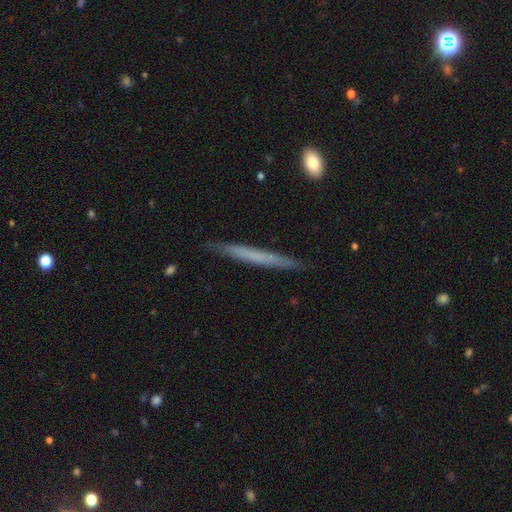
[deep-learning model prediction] A smooth galaxy with no disk features (50%) that is cigar-shaped (97%).

Vote fractions:
- Smooth or featured? smooth: 50% / featured or disk: 43% / star or artifact: 6%
- How rounded? cigar-shaped: 97% / in between: 2% / round: 1%
- Merging? none: 87% / minor disturbance: 10% / major disturbance: 2% / merger: 1%